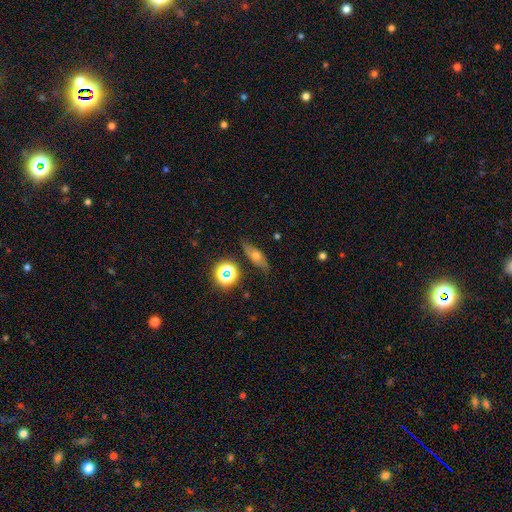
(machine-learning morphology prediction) type=smooth (47%); merging=none (75%).